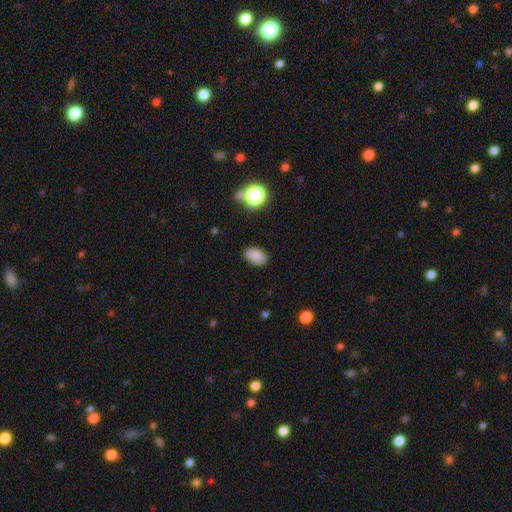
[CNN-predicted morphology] smooth-or-featured: smooth: 83% | star or artifact: 11% | featured or disk: 6%
  how-rounded: in between: 89% | round: 10% | cigar-shaped: 1%
  merging: none: 82% | minor disturbance: 14% | major disturbance: 3% | merger: 1%